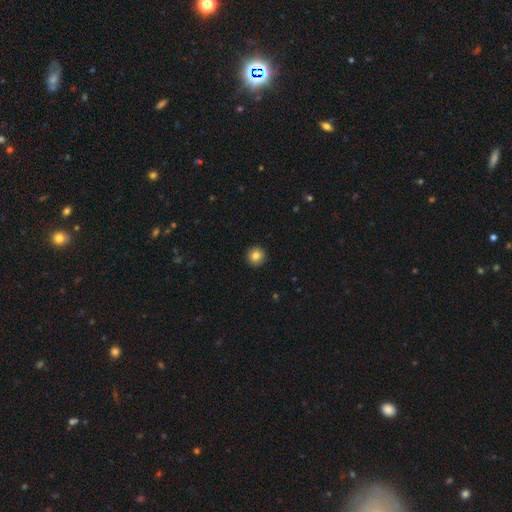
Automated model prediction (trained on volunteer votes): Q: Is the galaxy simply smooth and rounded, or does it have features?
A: smooth — 84%.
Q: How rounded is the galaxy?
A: round — 95%.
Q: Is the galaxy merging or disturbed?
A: none — 93%.